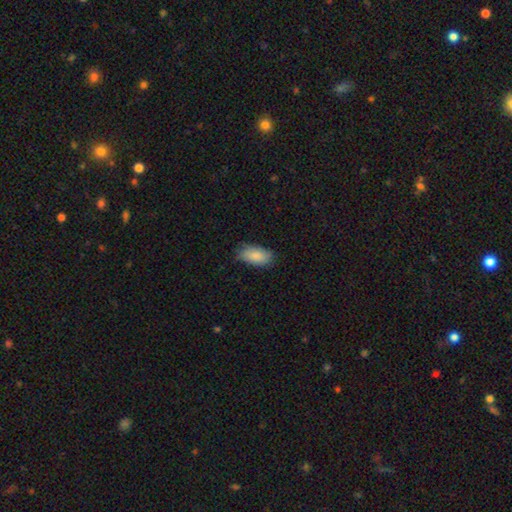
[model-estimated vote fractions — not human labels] smooth-or-featured: smooth: 87% | featured or disk: 8% | star or artifact: 6%
  how-rounded: in between: 93% | cigar-shaped: 4% | round: 3%
  merging: none: 74% | minor disturbance: 21% | major disturbance: 4% | merger: 1%